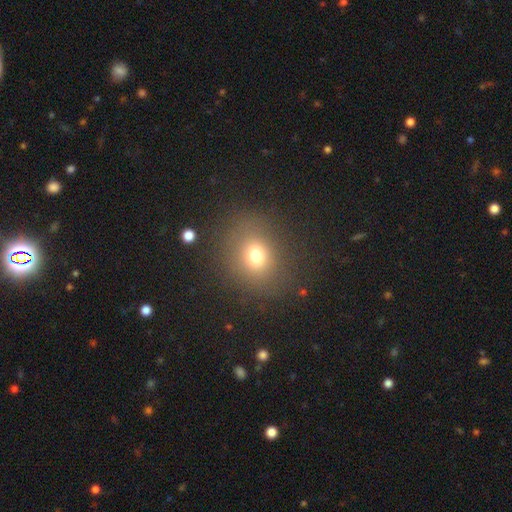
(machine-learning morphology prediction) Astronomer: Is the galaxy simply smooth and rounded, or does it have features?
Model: smooth — 72%.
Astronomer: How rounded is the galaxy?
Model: round — 69%.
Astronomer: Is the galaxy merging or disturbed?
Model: none — 83%.